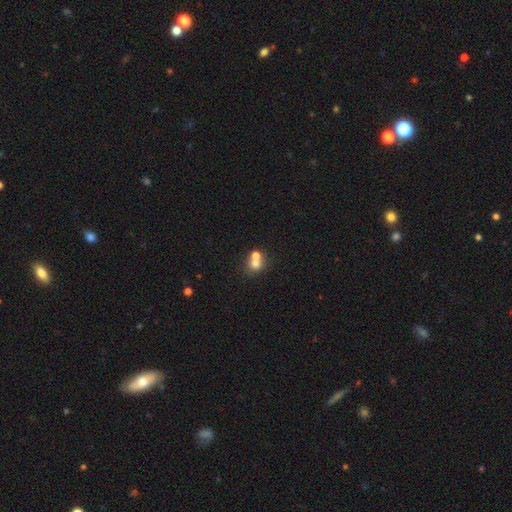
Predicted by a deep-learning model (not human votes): Overall: smooth (69%). How rounded: round (72%). Merging: merger (58%; none 32%).